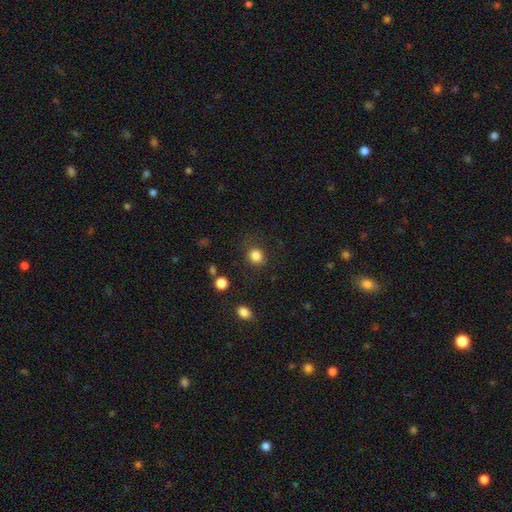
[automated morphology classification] smooth-or-featured: smooth: 84% | star or artifact: 11% | featured or disk: 4%
  how-rounded: round: 82% | in between: 17% | cigar-shaped: 1%
  merging: none: 81% | minor disturbance: 11% | major disturbance: 5% | merger: 2%